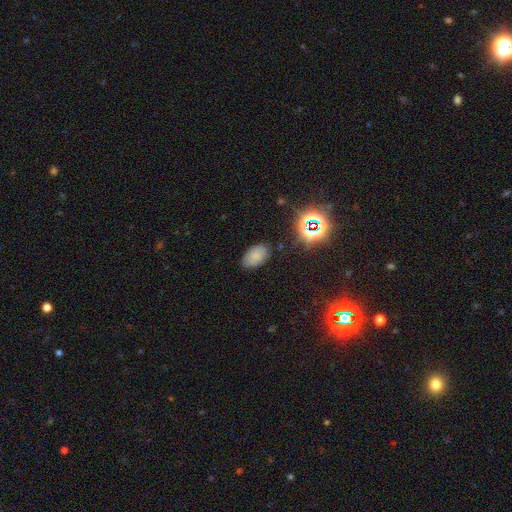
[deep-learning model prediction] Smooth or featured?
  - smooth: 74% *
  - star or artifact: 18%
  - featured or disk: 9%
How rounded?
  - in between: 93% *
  - round: 6%
  - cigar-shaped: 1%
Merging?
  - none: 81% *
  - minor disturbance: 14%
  - major disturbance: 4%
  - merger: 2%